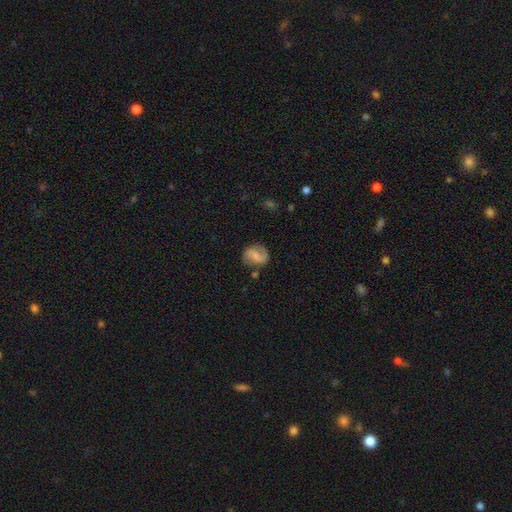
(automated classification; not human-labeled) This is likely a featured or disk galaxy (61%). It is clearly not viewed edge-on (97%). Bar: marginally weak (45%). Spiral arm pattern: clearly yes (91%). Spiral arm count: clearly 2 (87%). Spiral winding: marginally medium (42%). Central bulge: marginally small (38%, tied with none). Merging: likely none (74%).